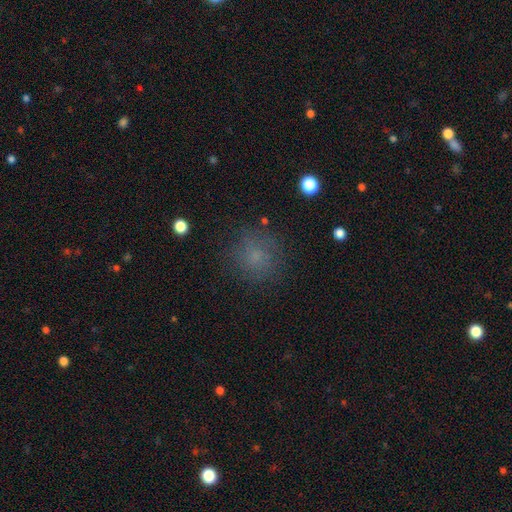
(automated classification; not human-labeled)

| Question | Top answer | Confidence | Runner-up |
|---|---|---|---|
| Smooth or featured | smooth | 72% | star or artifact (19%) |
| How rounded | round | 89% | in between (10%) |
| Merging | none | 81% | minor disturbance (12%) |